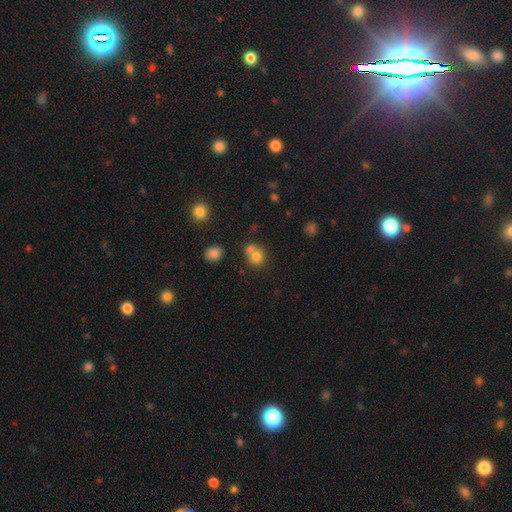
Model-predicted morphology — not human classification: type=smooth (76%); roundness=round (82%); merging=none (47%).